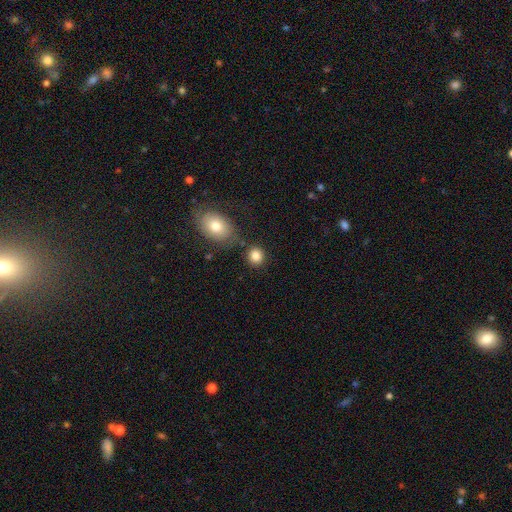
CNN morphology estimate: This is clearly a smooth galaxy (84%). How rounded: clearly round (80%). Merging: likely none (78%).